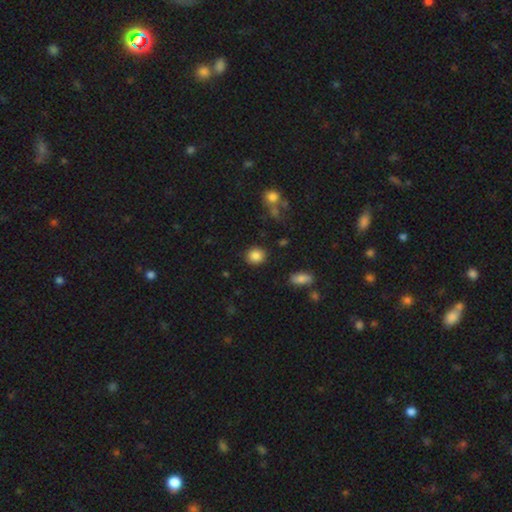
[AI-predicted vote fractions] This is clearly a smooth galaxy (86%). How rounded: likely round (80%). Merging: clearly none (88%).